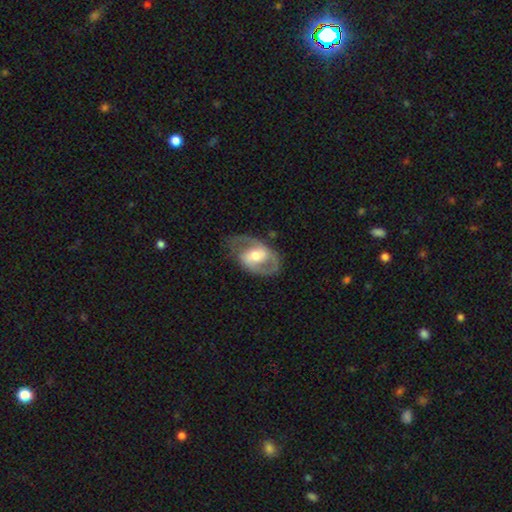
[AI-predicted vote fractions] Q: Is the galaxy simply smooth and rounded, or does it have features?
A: featured or disk — 77%.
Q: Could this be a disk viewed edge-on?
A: no — 96%.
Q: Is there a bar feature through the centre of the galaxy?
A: weak — 42%.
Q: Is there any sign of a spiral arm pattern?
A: yes — 81%.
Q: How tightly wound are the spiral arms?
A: medium — 52%.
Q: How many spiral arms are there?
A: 2 — 85%.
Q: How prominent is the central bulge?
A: moderate — 66%.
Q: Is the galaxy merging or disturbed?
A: none — 73%.